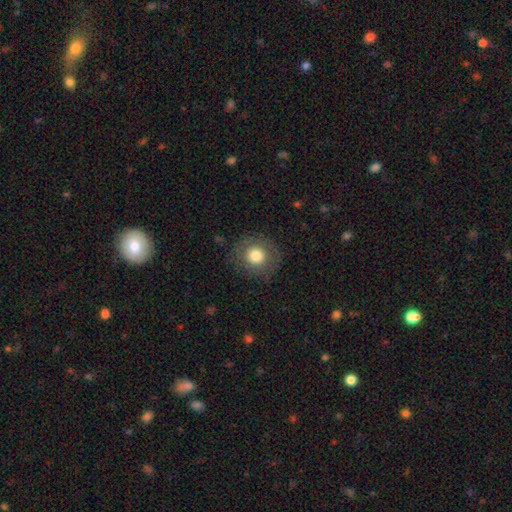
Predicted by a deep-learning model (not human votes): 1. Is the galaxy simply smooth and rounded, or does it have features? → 76% smooth, 14% featured or disk, 10% star or artifact.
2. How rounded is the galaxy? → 92% round, 7% in between, 1% cigar-shaped.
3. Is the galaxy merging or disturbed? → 85% none, 9% minor disturbance, 5% major disturbance, 1% merger.